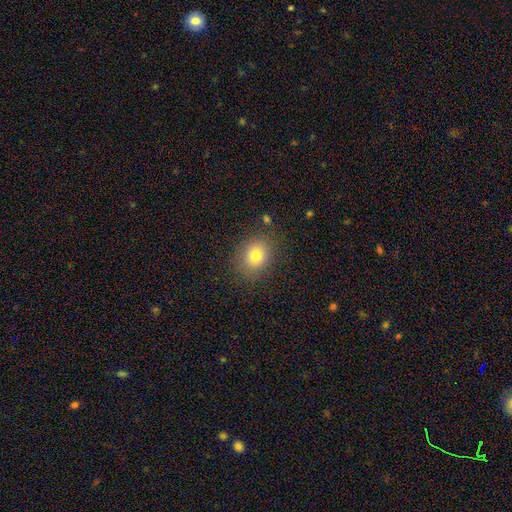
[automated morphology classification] Smooth or featured: smooth — 77% (star or artifact — 13%)
How rounded: round — 62% (in between — 37%)
Merging: none — 84% (minor disturbance — 10%)